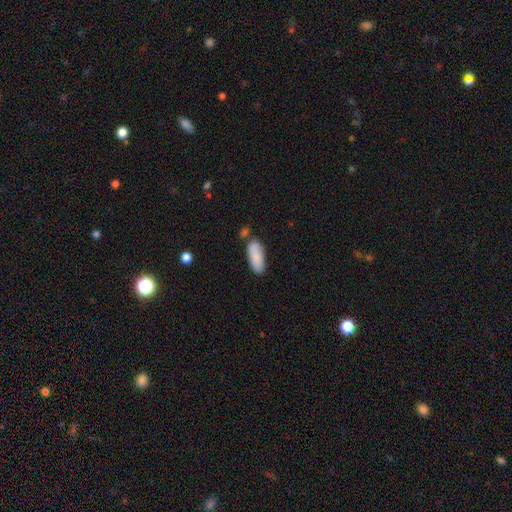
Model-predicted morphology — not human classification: smooth_or_featured: smooth (p=0.86) [alt: featured or disk p=0.08]
how_rounded: in between (p=0.77) [alt: cigar-shaped p=0.21]
merging: none (p=0.68) [alt: minor disturbance p=0.17]